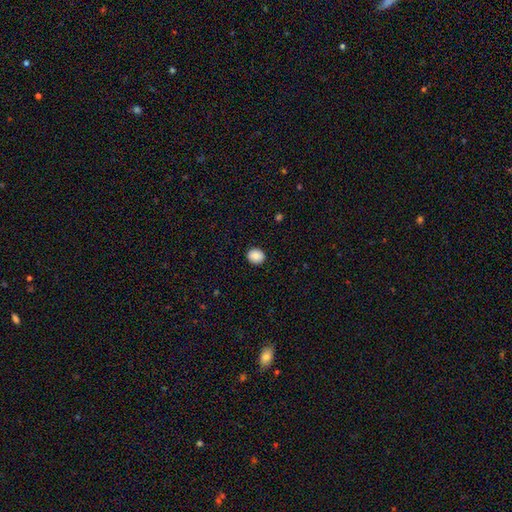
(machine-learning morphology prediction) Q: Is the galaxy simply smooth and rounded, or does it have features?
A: smooth — 89%.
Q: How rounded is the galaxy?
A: round — 75%.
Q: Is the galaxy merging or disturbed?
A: none — 91%.